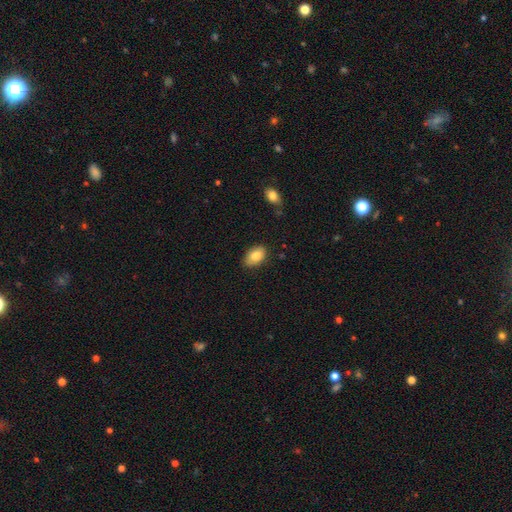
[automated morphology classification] A smooth galaxy with no disk features (85%) that is in between round and cigar-shaped (90%). Merging: none (79%).